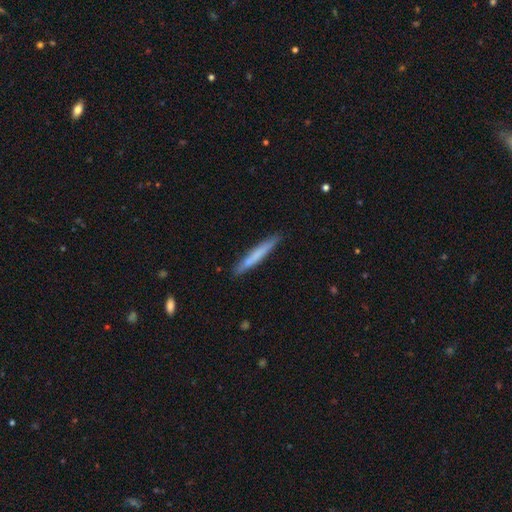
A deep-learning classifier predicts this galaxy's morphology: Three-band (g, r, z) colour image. It shows a smooth galaxy with no disk features (67%) that is cigar-shaped (96%). Merging: none (89%).